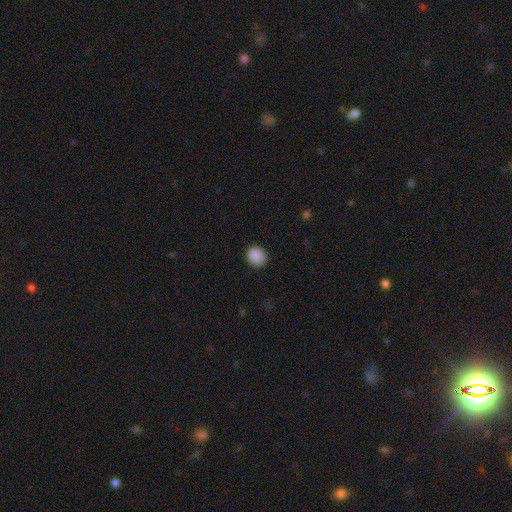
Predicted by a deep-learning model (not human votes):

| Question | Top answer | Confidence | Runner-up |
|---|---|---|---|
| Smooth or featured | smooth | 89% | star or artifact (9%) |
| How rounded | round | 76% | in between (23%) |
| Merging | none | 89% | minor disturbance (8%) |